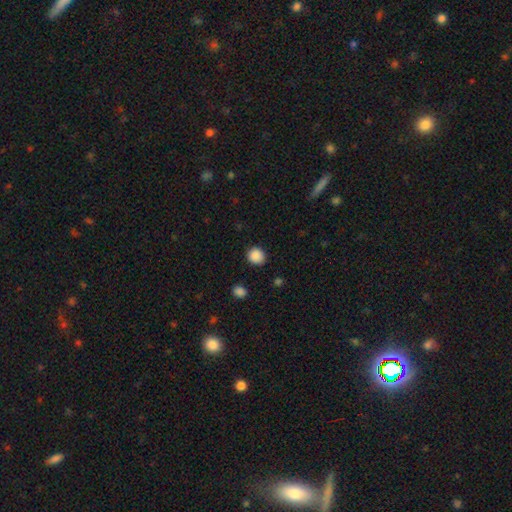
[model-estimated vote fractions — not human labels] Q: Smooth or featured?
A: smooth (88%); runner-up: star or artifact (9%)
Q: How rounded?
A: round (86%); runner-up: in between (13%)
Q: Merging?
A: none (88%); runner-up: minor disturbance (8%)